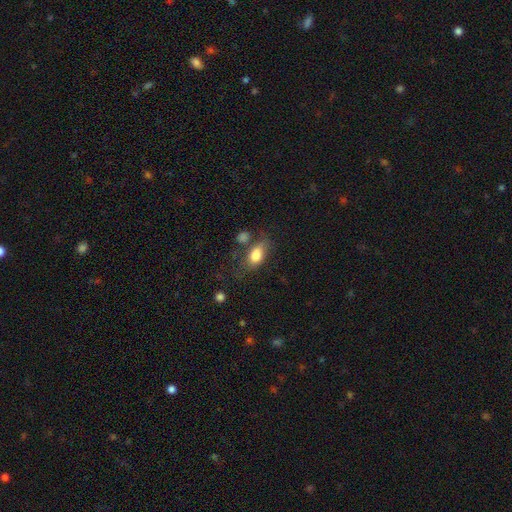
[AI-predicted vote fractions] smooth_or_featured: smooth (p=0.79) [alt: featured or disk p=0.12]
how_rounded: in between (p=0.84) [alt: round p=0.12]
merging: none (p=0.48) [alt: minor disturbance p=0.25]